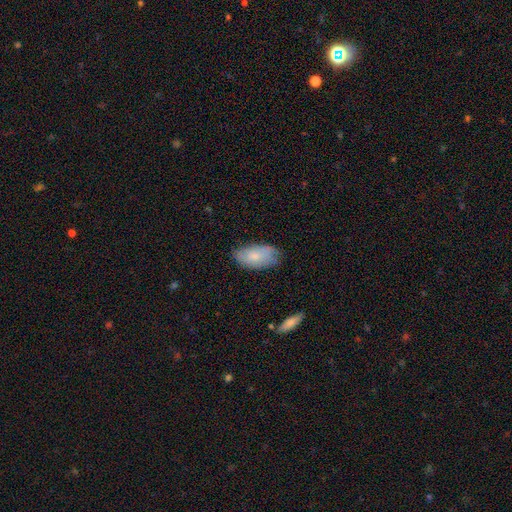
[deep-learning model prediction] Morphology: type=smooth (72%); roundness=in between (94%); merging=none (67%).